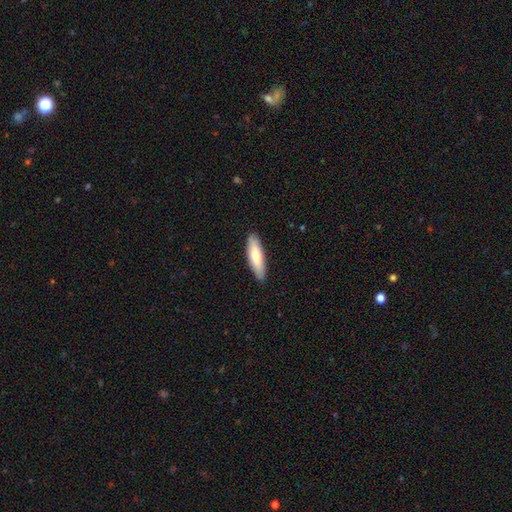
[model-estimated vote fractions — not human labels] Smooth or featured? smooth (74%)
How rounded? cigar-shaped (62%)
Merging? none (89%)